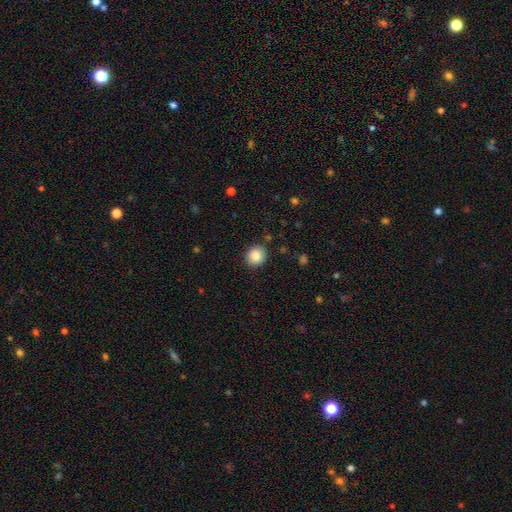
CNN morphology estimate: The model was most divided on "how rounded": round: 84%, in between: 15%, cigar-shaped: 1%. More confident: merging — none (89%); smooth or featured — smooth (86%).